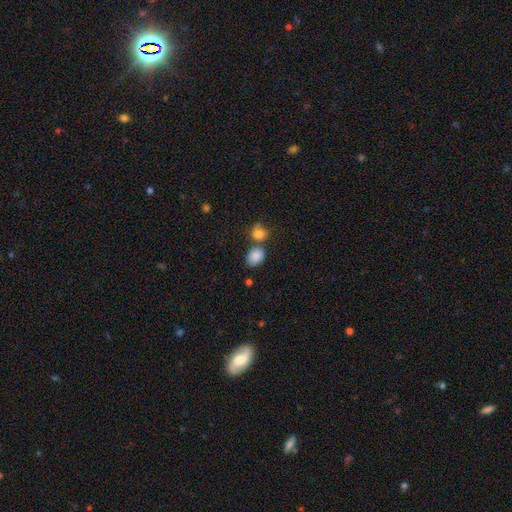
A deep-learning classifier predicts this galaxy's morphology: Smooth or featured?
  - smooth: 84% *
  - star or artifact: 9%
  - featured or disk: 7%
How rounded?
  - in between: 60% *
  - round: 39%
  - cigar-shaped: 1%
Merging?
  - none: 55% *
  - merger: 27%
  - minor disturbance: 13%
  - major disturbance: 5%